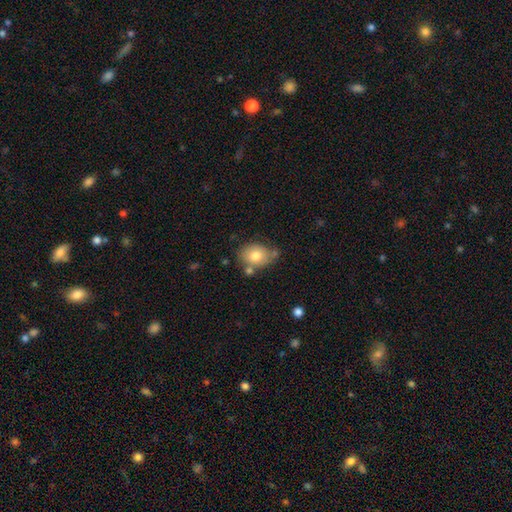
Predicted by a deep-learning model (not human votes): The model was most divided on "how rounded": in between: 59%, round: 40%, cigar-shaped: 1%. More confident: smooth or featured — smooth (77%); merging — none (62%).